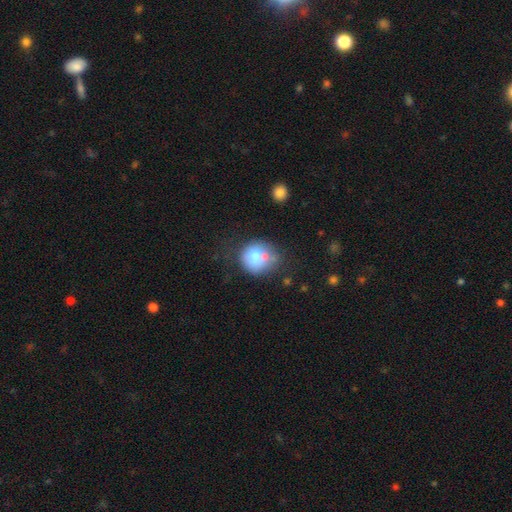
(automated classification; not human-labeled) smooth 70%, featured or disk 21%, star or artifact 9%. Down the decision tree: how rounded — round (83%); merging — none (43%).